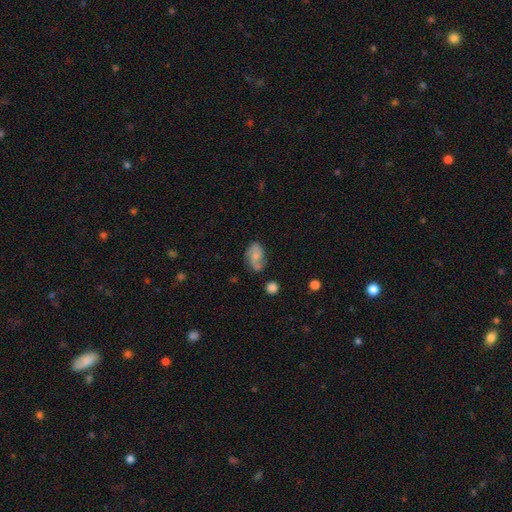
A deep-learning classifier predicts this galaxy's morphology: This is possibly a featured or disk galaxy (58%). It is clearly not viewed edge-on (97%). Bar: likely no (65%). Spiral arm pattern: clearly yes (89%). Central bulge: possibly small (52%). Merging: likely none (61%).